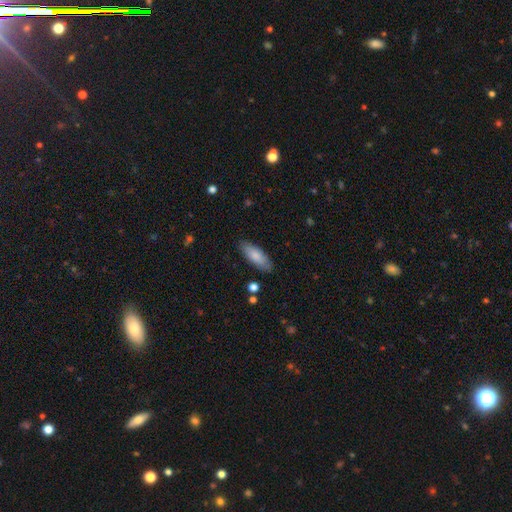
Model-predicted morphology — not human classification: smooth_or_featured: smooth (p=0.83) [alt: featured or disk p=0.12]
how_rounded: in between (p=0.64) [alt: cigar-shaped p=0.34]
merging: none (p=0.86) [alt: minor disturbance p=0.10]